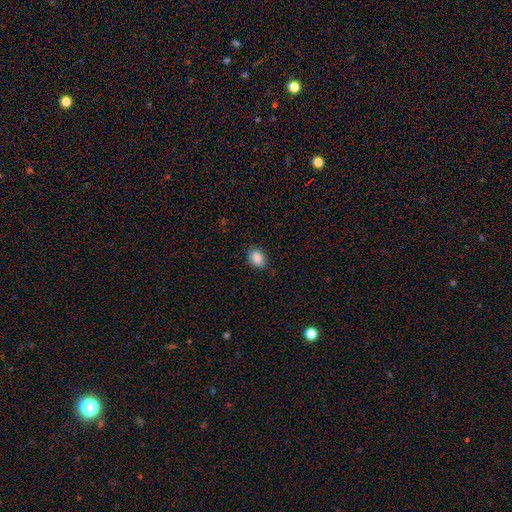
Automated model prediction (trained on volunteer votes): This appears to be a smooth galaxy with no disk features (88%) that is in between round and cigar-shaped (70%). Merging: none (83%).